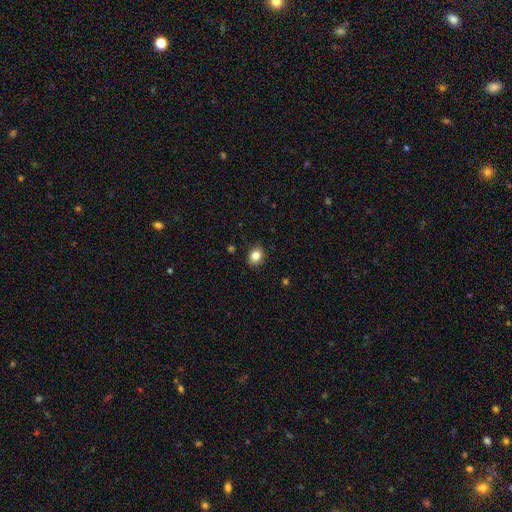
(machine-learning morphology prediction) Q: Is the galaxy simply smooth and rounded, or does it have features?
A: smooth — 84%.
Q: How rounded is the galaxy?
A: in between — 51%.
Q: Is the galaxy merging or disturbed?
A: none — 87%.